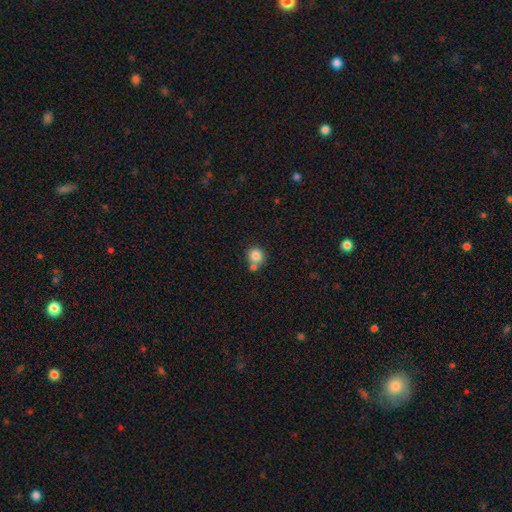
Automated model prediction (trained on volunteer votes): Morphology: type=smooth (84%); roundness=round (89%); merging=none (58%).